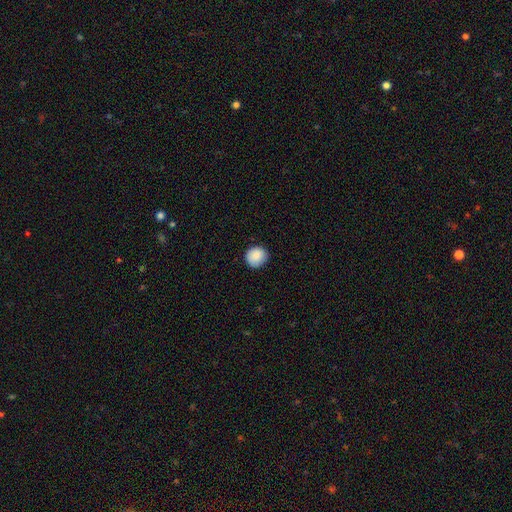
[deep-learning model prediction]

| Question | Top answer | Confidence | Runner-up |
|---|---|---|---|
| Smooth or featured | smooth | 88% | star or artifact (8%) |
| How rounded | round | 88% | in between (11%) |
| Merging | none | 86% | minor disturbance (11%) |